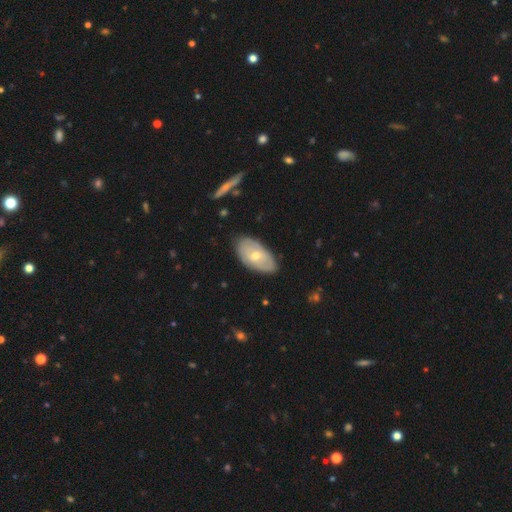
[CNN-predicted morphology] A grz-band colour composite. It shows a smooth galaxy with no disk features (50%). Merging: none (80%).